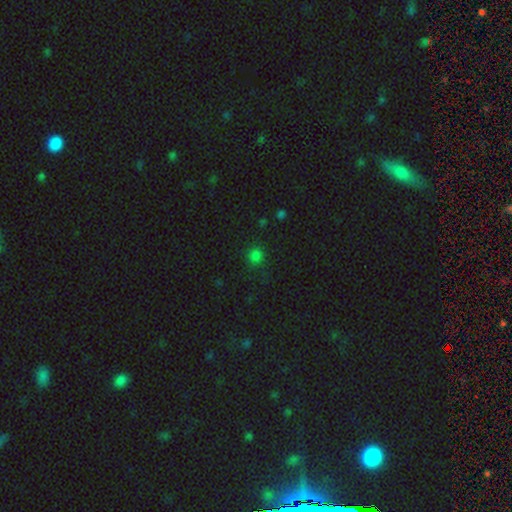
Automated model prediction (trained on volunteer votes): This appears to be a smooth galaxy with no disk features (77%) that is round (89%). Merging: none (85%).